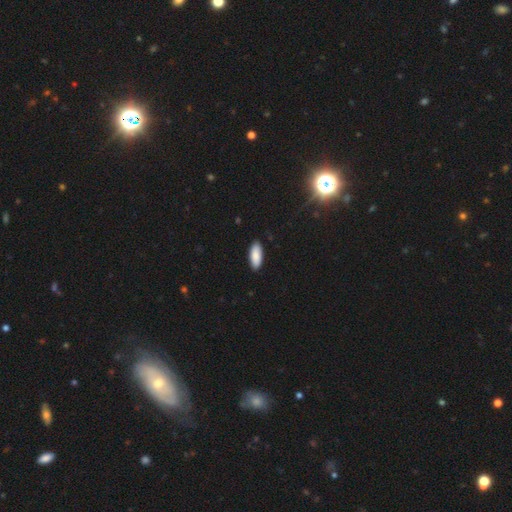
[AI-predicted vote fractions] Smooth or featured? Predicted: smooth (p=0.88). How rounded? Predicted: in between (p=0.81). Merging? Predicted: none (p=0.89).